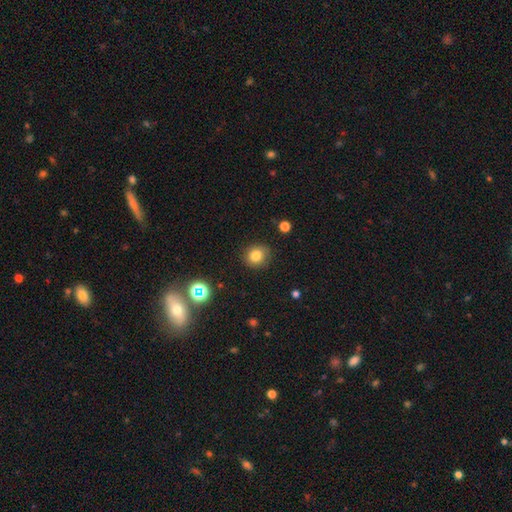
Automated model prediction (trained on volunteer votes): This appears to be a smooth galaxy with no disk features (80%) that is round (82%). Merging: none (86%).